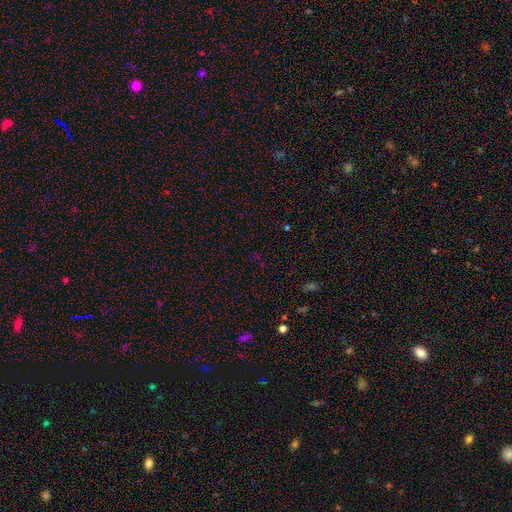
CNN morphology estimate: star or artifact 66%, smooth 27%, featured or disk 8%.